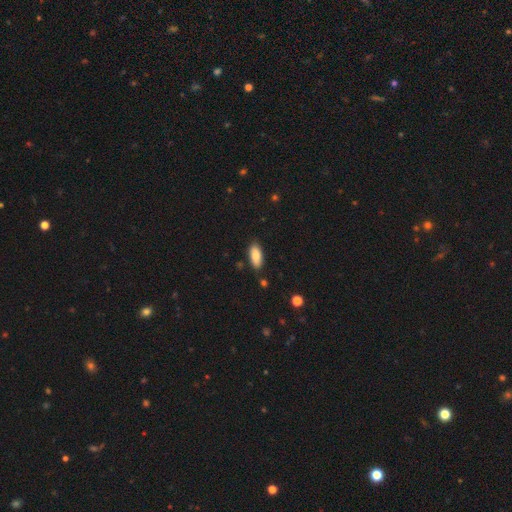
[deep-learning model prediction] Smooth or featured? smooth (82%)
How rounded? in between (85%)
Merging? none (84%)